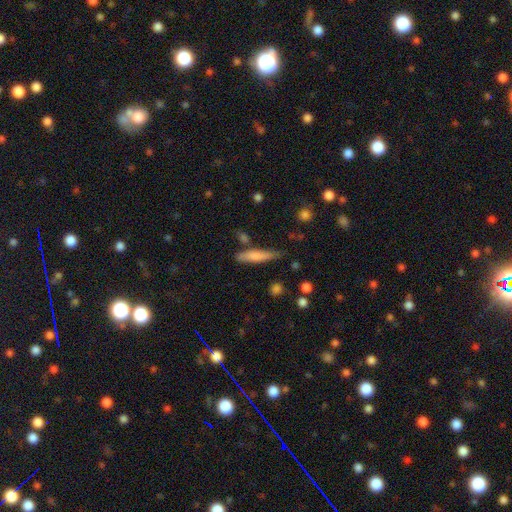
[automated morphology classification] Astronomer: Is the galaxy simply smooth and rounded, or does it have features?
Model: smooth — 73%.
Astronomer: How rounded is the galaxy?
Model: cigar-shaped — 84%.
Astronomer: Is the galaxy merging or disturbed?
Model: none — 69%.